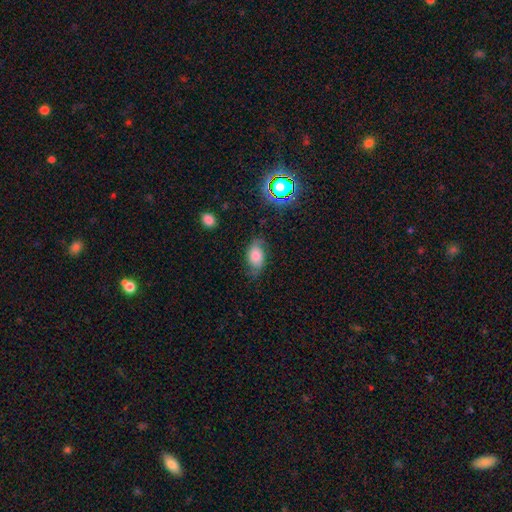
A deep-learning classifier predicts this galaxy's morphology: The model was most divided on "merging": none: 64%, minor disturbance: 25%, major disturbance: 9%, merger: 2%. More confident: how rounded — in between (88%); smooth or featured — smooth (66%).